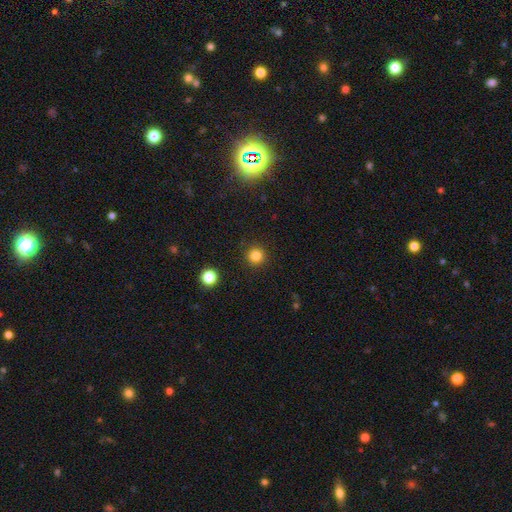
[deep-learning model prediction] Smooth or featured?
  - smooth: 82% *
  - star or artifact: 13%
  - featured or disk: 4%
How rounded?
  - round: 95% *
  - in between: 4%
  - cigar-shaped: 1%
Merging?
  - none: 92% *
  - minor disturbance: 5%
  - major disturbance: 2%
  - merger: 1%